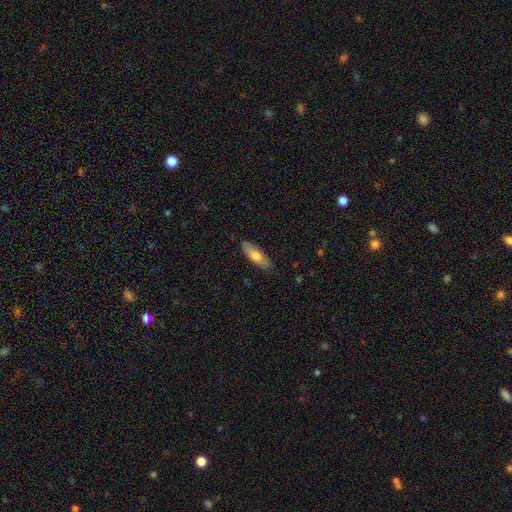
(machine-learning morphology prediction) Smooth or featured? Predicted: smooth (p=0.71). How rounded? Predicted: in between (p=0.60). Merging? Predicted: none (p=0.85).